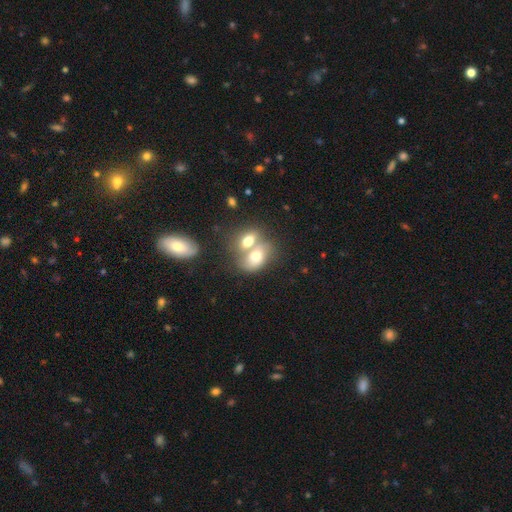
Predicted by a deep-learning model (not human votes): smooth 67%, featured or disk 24%, star or artifact 9%. Down the decision tree: how rounded — in between (73%); merging — merger (65%).